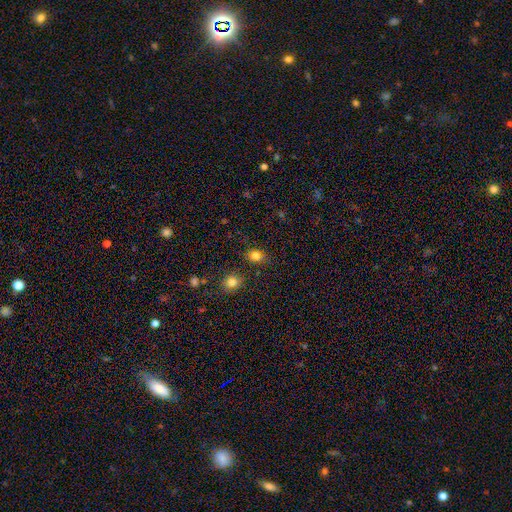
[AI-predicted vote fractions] smooth-or-featured: smooth: 82% | star or artifact: 12% | featured or disk: 6%
  how-rounded: round: 50% | in between: 49% | cigar-shaped: 1%
  merging: none: 84% | minor disturbance: 10% | merger: 3% | major disturbance: 3%